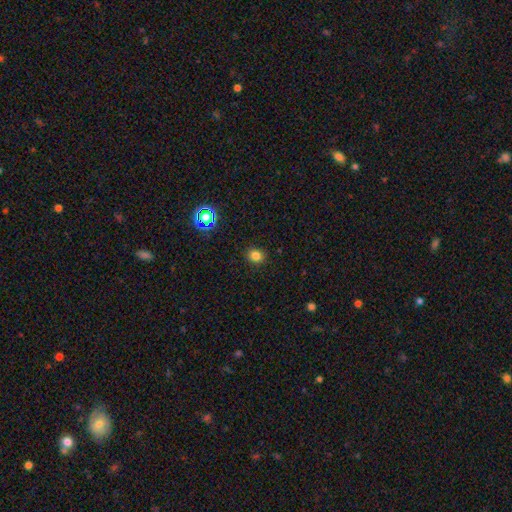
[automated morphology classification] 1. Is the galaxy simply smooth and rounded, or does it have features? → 81% smooth, 15% star or artifact, 4% featured or disk.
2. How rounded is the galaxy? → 70% round, 29% in between, 1% cigar-shaped.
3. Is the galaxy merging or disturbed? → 90% none, 7% minor disturbance, 2% major disturbance, 1% merger.